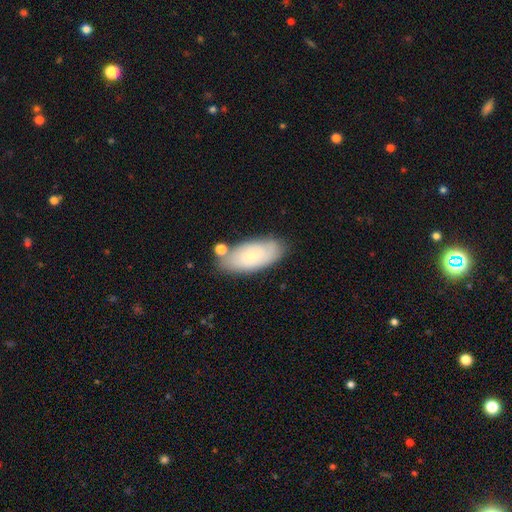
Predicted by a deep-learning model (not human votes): smooth_or_featured: smooth (p=0.64) [alt: featured or disk p=0.28]
how_rounded: in between (p=0.88) [alt: cigar-shaped p=0.09]
merging: none (p=0.74) [alt: minor disturbance p=0.16]